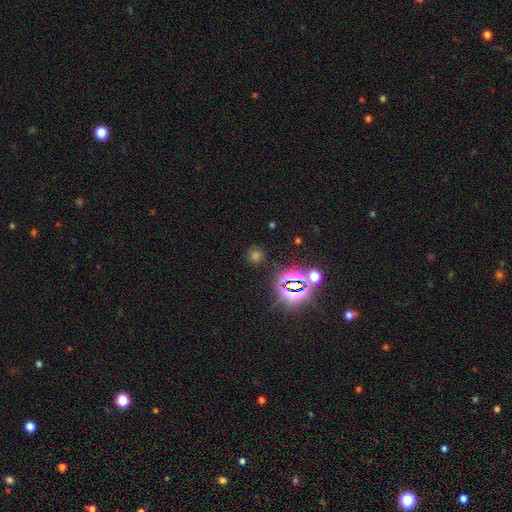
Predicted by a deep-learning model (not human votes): This appears to be a star or artifact, not a galaxy (46%, tied with smooth).